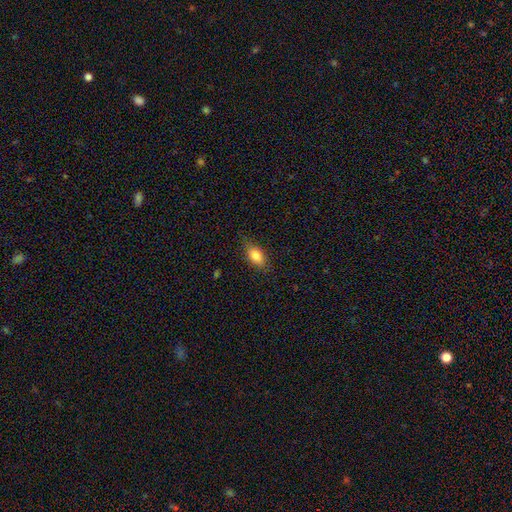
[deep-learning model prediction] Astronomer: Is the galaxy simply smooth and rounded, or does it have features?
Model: smooth — 82%.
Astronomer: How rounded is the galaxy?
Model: in between — 83%.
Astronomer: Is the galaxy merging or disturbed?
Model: none — 78%.